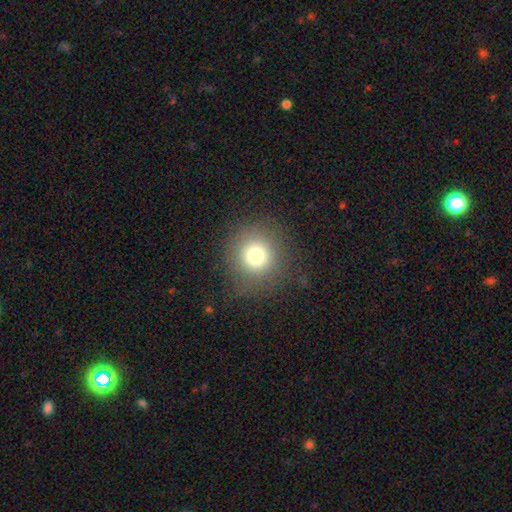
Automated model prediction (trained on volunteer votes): Q: Smooth or featured?
A: smooth (75%); runner-up: star or artifact (15%)
Q: How rounded?
A: round (92%); runner-up: in between (7%)
Q: Merging?
A: none (84%); runner-up: minor disturbance (9%)